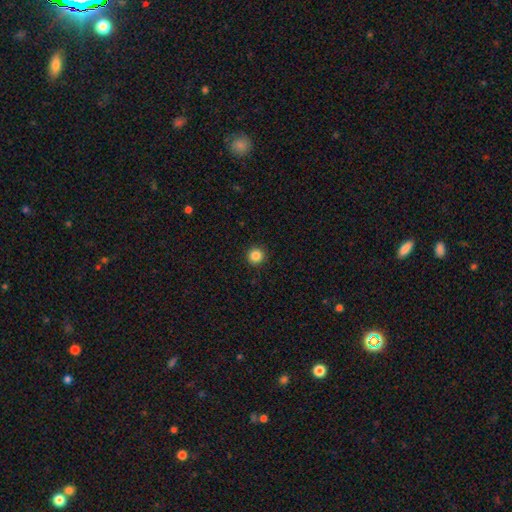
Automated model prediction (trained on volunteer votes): smooth-or-featured: smooth: 85% | star or artifact: 11% | featured or disk: 4%
  how-rounded: round: 96% | in between: 3% | cigar-shaped: 1%
  merging: none: 93% | minor disturbance: 4% | major disturbance: 2% | merger: 1%